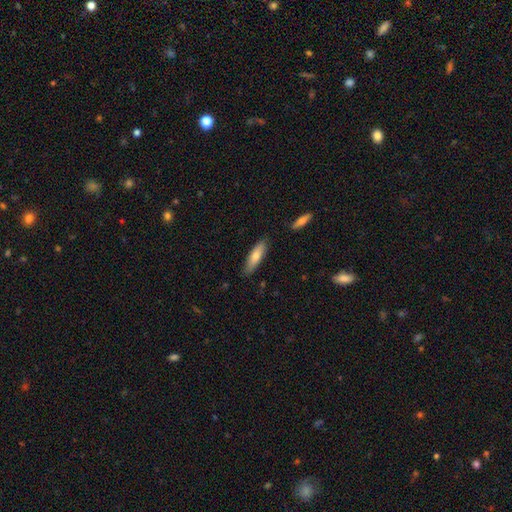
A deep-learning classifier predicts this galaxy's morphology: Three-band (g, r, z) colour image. It shows a smooth galaxy with no disk features (75%) that is cigar-shaped (61%). Merging: none (84%).